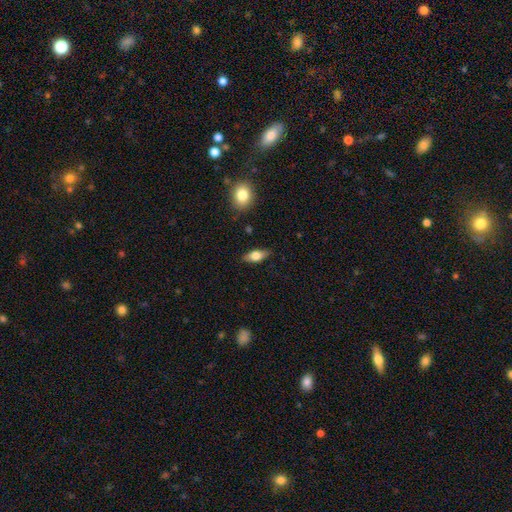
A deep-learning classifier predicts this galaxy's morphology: Q: Smooth or featured?
A: smooth (71%); runner-up: featured or disk (22%)
Q: How rounded?
A: in between (81%); runner-up: cigar-shaped (14%)
Q: Merging?
A: none (85%); runner-up: minor disturbance (11%)